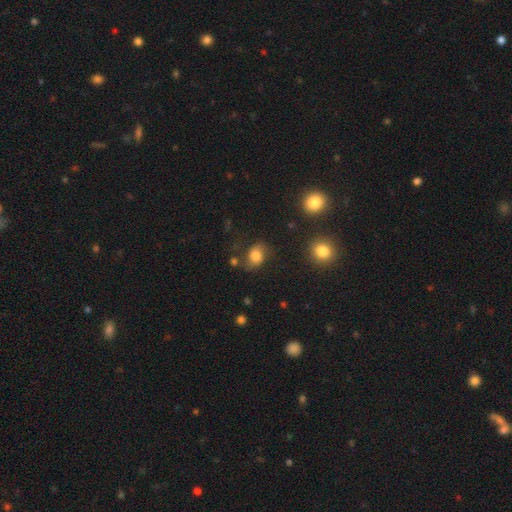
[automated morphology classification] A smooth galaxy with no disk features (65%) that is in between round and cigar-shaped (61%).

Vote fractions:
- Smooth or featured? smooth: 65% / featured or disk: 24% / star or artifact: 11%
- How rounded? in between: 61% / round: 37% / cigar-shaped: 1%
- Merging? none: 65% / minor disturbance: 21% / major disturbance: 10% / merger: 4%